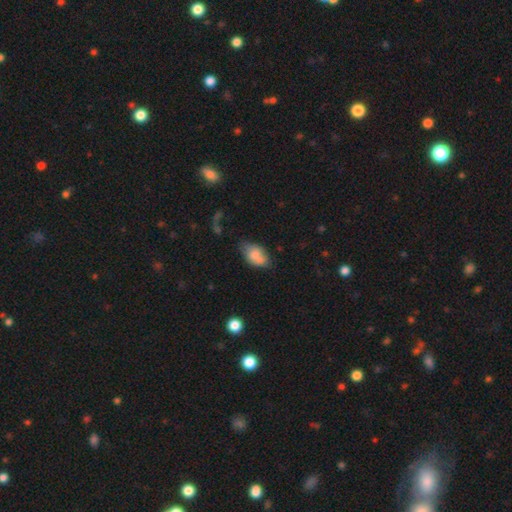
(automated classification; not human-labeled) A smooth galaxy with no disk features (71%) that is in between round and cigar-shaped (87%).

Vote fractions:
- Smooth or featured? smooth: 71% / featured or disk: 20% / star or artifact: 9%
- How rounded? in between: 87% / round: 11% / cigar-shaped: 2%
- Merging? none: 43% / merger: 25% / minor disturbance: 24% / major disturbance: 8%